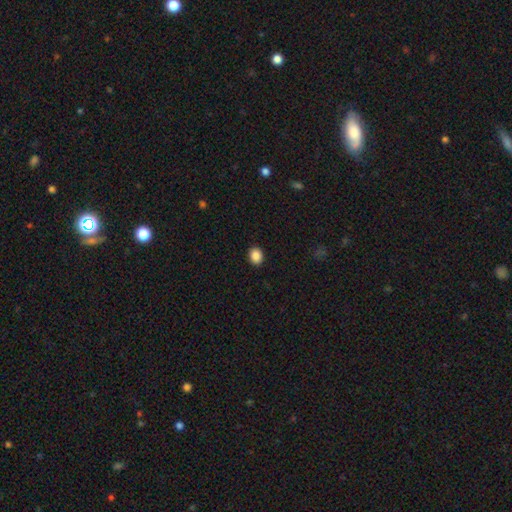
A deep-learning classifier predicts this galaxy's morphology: This appears to be a smooth galaxy with no disk features (88%) that is in between round and cigar-shaped (51%). Merging: none (91%).